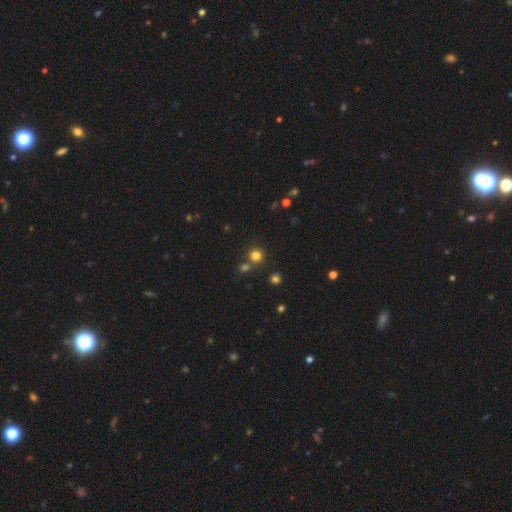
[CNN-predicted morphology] Q: Smooth or featured?
A: smooth (77%); runner-up: star or artifact (17%)
Q: How rounded?
A: round (91%); runner-up: in between (8%)
Q: Merging?
A: none (71%); runner-up: merger (19%)